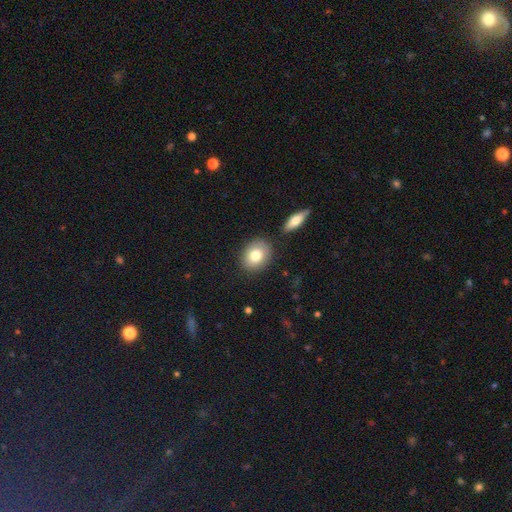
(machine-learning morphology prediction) smooth_or_featured: smooth (p=0.78) [alt: featured or disk p=0.14]
how_rounded: in between (p=0.50) [alt: round p=0.49]
merging: none (p=0.82) [alt: minor disturbance p=0.10]